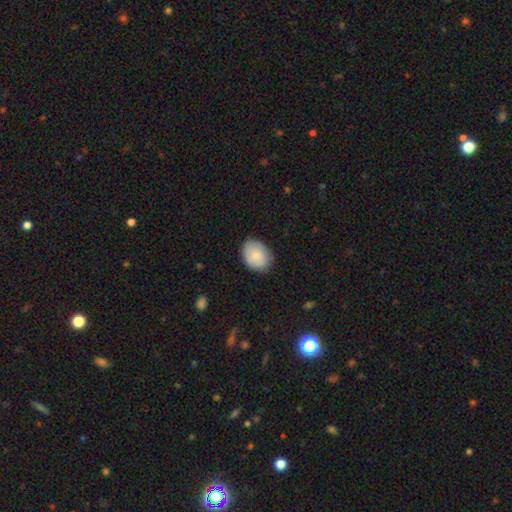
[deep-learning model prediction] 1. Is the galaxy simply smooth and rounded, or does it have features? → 82% smooth, 12% featured or disk, 7% star or artifact.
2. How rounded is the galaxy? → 68% in between, 31% round, 1% cigar-shaped.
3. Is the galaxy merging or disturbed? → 79% none, 17% minor disturbance, 3% major disturbance, 1% merger.